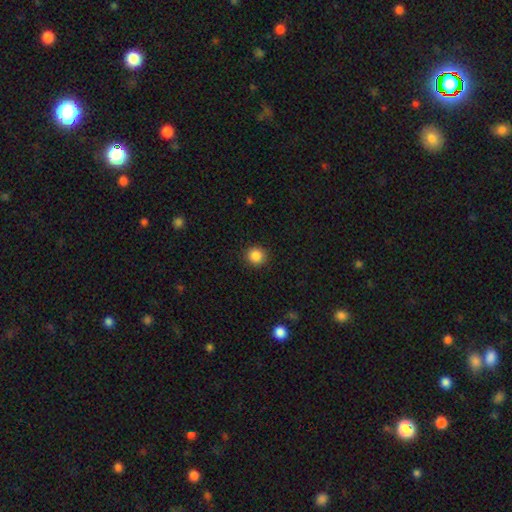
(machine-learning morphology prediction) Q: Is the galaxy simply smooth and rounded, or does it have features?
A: smooth — 87%.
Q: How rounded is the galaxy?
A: round — 91%.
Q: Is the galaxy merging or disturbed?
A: none — 91%.